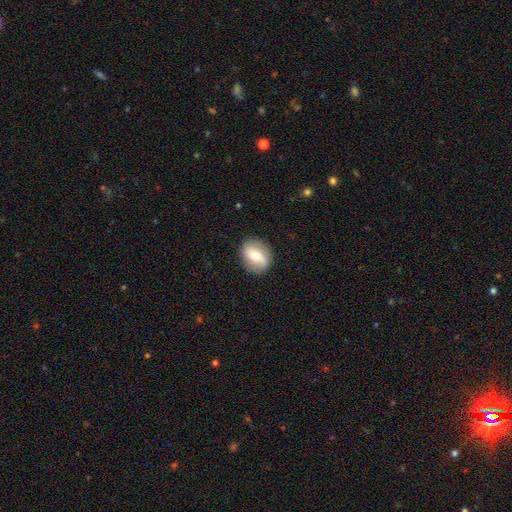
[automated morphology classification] A smooth galaxy with no disk features (49%). Merging: none (83%).